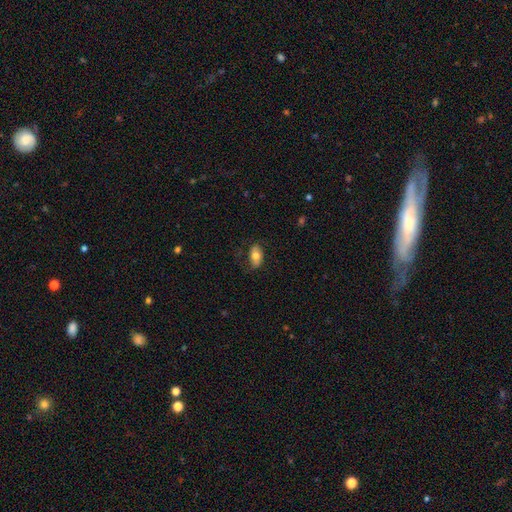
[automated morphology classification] Smooth or featured? Predicted: smooth (p=0.71). How rounded? Predicted: in between (p=0.90). Merging? Predicted: none (p=0.76).